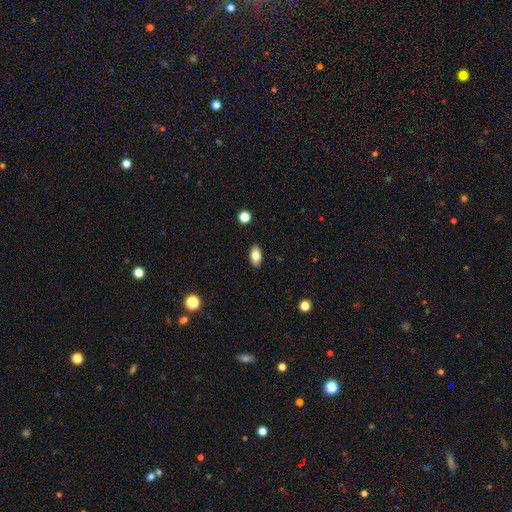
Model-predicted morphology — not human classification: smooth_or_featured: smooth (p=0.80) [alt: featured or disk p=0.12]
how_rounded: in between (p=0.90) [alt: round p=0.06]
merging: none (p=0.89) [alt: minor disturbance p=0.08]